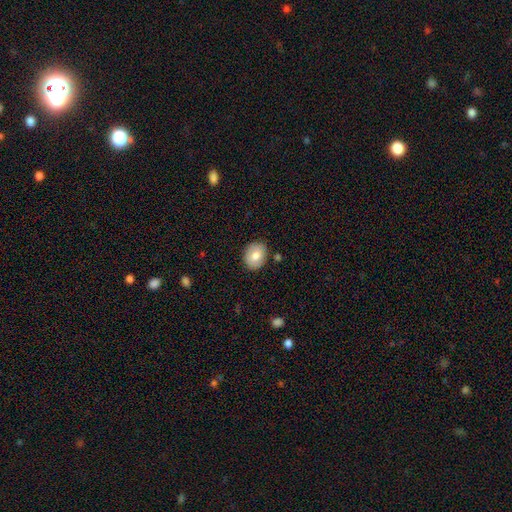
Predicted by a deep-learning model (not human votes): The model was most divided on "how rounded": round: 52%, in between: 48%, cigar-shaped: 1%. More confident: merging — none (85%); smooth or featured — smooth (78%).